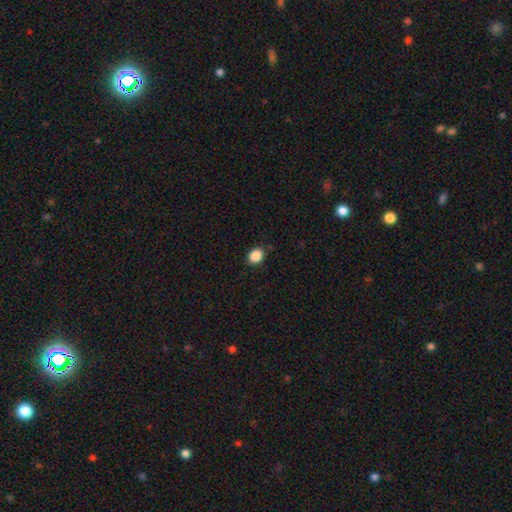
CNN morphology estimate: Smooth or featured: smooth — 88% (star or artifact — 9%)
How rounded: round — 55% (in between — 44%)
Merging: none — 86% (minor disturbance — 10%)